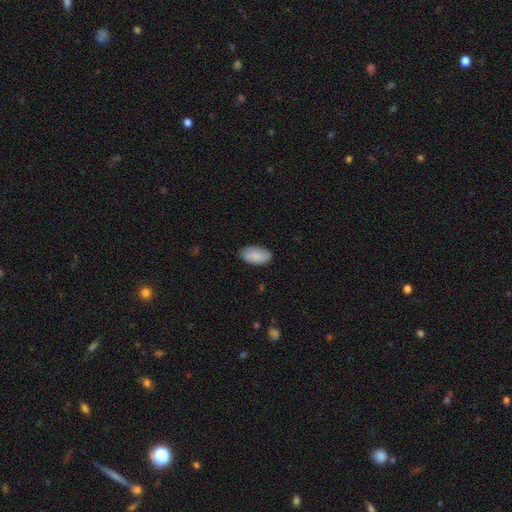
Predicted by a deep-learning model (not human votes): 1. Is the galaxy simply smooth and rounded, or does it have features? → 85% smooth, 9% featured or disk, 6% star or artifact.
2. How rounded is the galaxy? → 94% in between, 4% round, 2% cigar-shaped.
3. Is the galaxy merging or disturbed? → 82% none, 14% minor disturbance, 3% major disturbance, 1% merger.